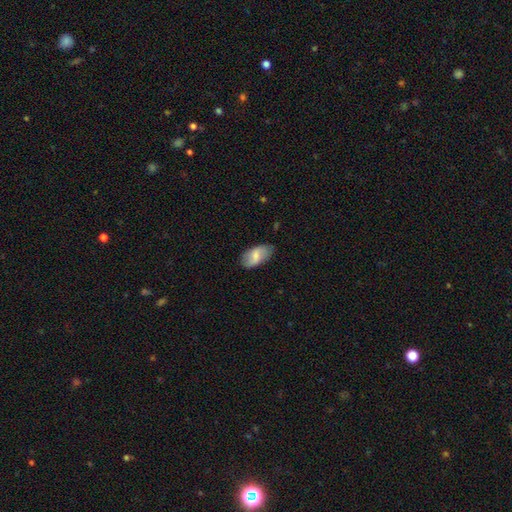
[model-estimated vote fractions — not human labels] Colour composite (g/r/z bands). It shows a smooth galaxy with no disk features (63%) that is in between round and cigar-shaped (93%). Merging: none (76%).